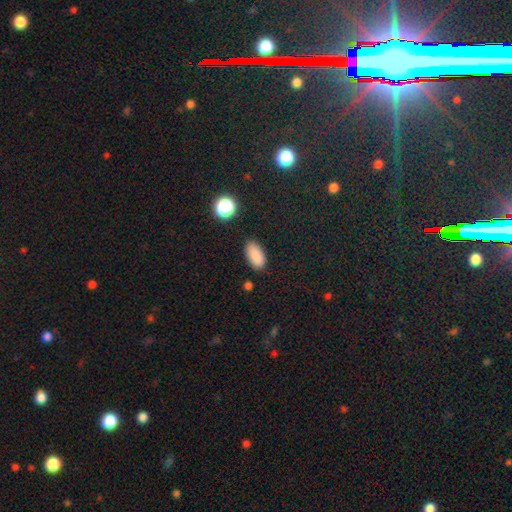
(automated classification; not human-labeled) smooth 87%, star or artifact 9%, featured or disk 4%. Down the decision tree: how rounded — in between (91%); merging — none (85%).